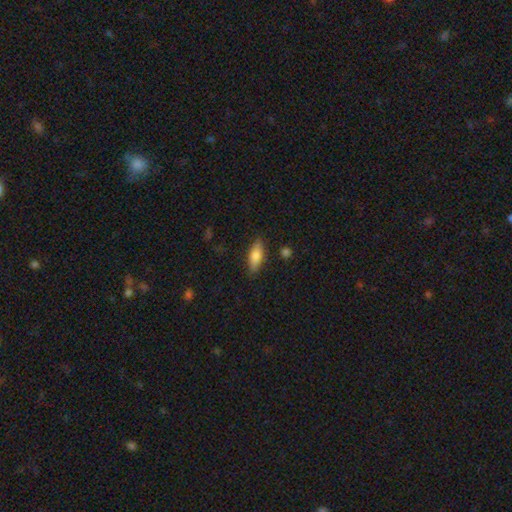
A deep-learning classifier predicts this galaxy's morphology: Smooth or featured? Predicted: smooth (p=0.78). How rounded? Predicted: in between (p=0.72). Merging? Predicted: none (p=0.84).